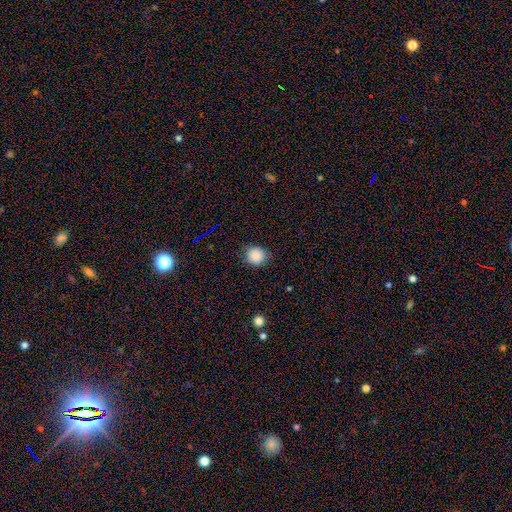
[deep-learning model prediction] Smooth or featured?
  - smooth: 86% *
  - star or artifact: 10%
  - featured or disk: 4%
How rounded?
  - round: 87% *
  - in between: 12%
  - cigar-shaped: 1%
Merging?
  - none: 83% *
  - minor disturbance: 13%
  - major disturbance: 3%
  - merger: 1%